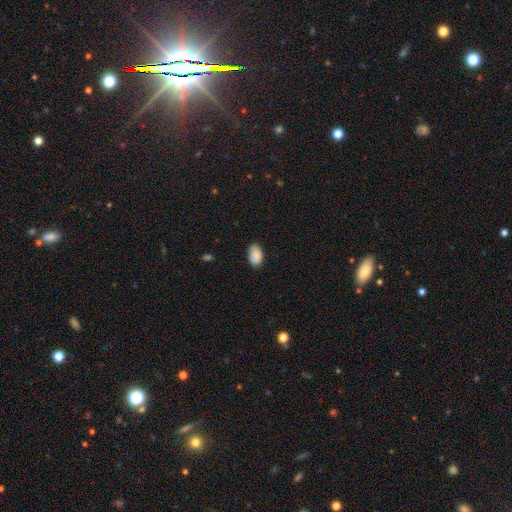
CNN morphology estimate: smooth_or_featured: smooth (p=0.88) [alt: star or artifact p=0.07]
how_rounded: in between (p=0.93) [alt: round p=0.06]
merging: none (p=0.77) [alt: minor disturbance p=0.19]